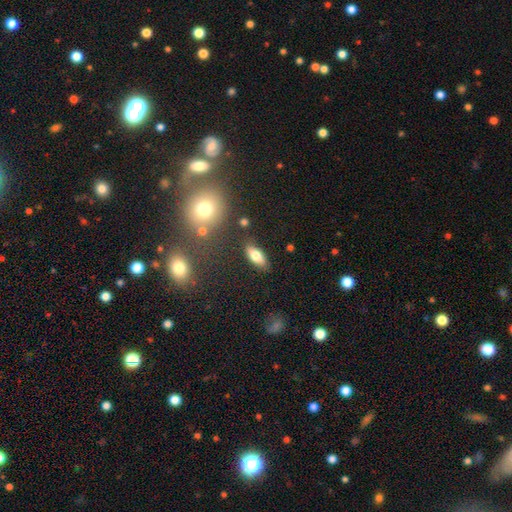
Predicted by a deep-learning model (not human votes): Smooth or featured?
  - smooth: 75% *
  - featured or disk: 17%
  - star or artifact: 8%
How rounded?
  - in between: 81% *
  - cigar-shaped: 16%
  - round: 3%
Merging?
  - none: 83% *
  - minor disturbance: 11%
  - merger: 3%
  - major disturbance: 3%